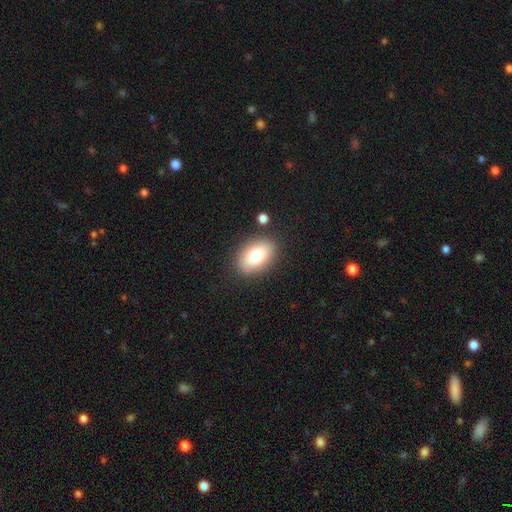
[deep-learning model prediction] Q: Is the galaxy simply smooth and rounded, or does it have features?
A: smooth — 78%.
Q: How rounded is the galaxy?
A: in between — 85%.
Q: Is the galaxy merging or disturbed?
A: none — 84%.